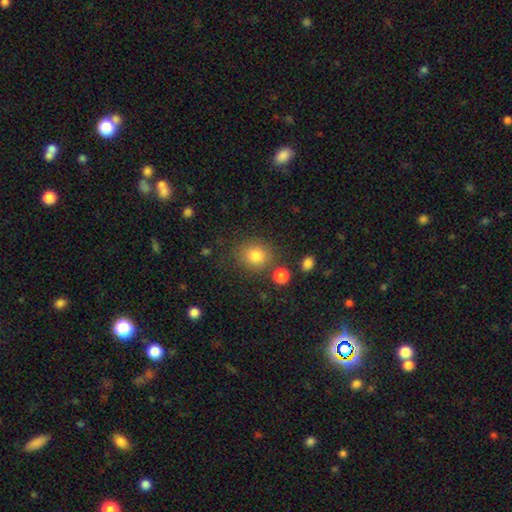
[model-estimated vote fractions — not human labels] Overall: smooth (83%). How rounded: round (75%). Merging: none (76%).